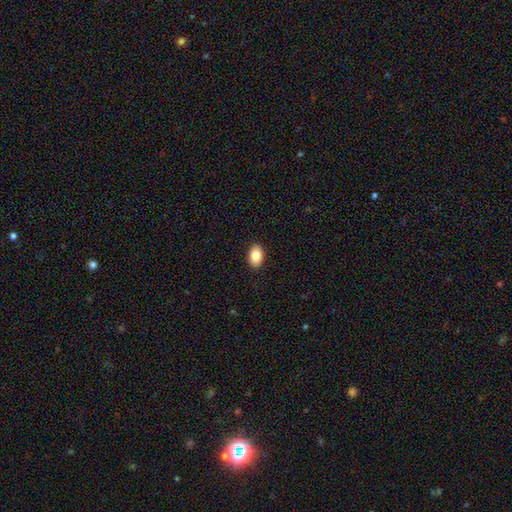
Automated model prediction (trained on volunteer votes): This appears to be a smooth galaxy with no disk features (85%) that is in between round and cigar-shaped (88%). Merging: none (90%).